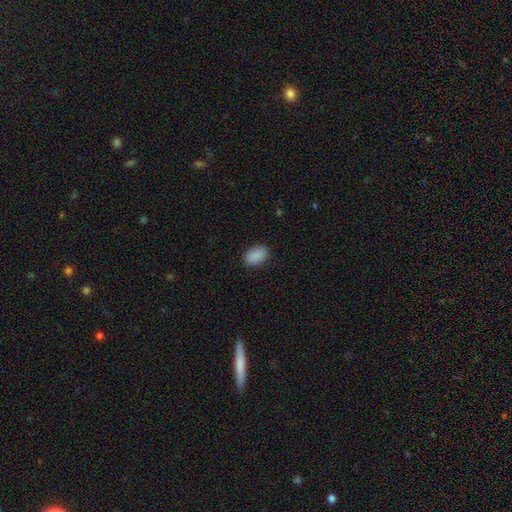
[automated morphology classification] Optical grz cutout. It shows a smooth galaxy with no disk features (89%) that is in between round and cigar-shaped (88%). Merging: none (86%).